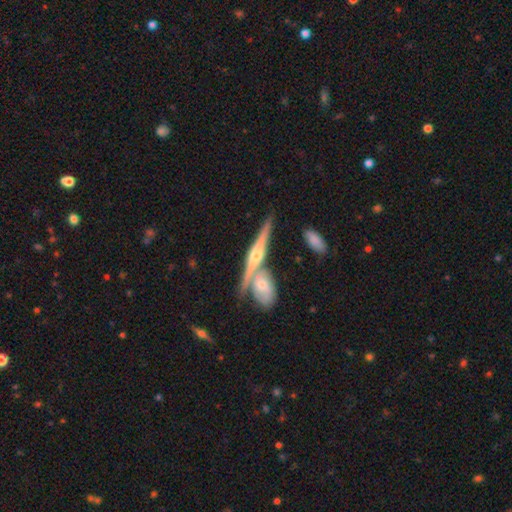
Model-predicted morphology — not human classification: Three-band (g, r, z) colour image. It shows a featured or disk galaxy (80%) viewed edge-on (96%) with a rounded central bulge (90%). Merging: none (66%).